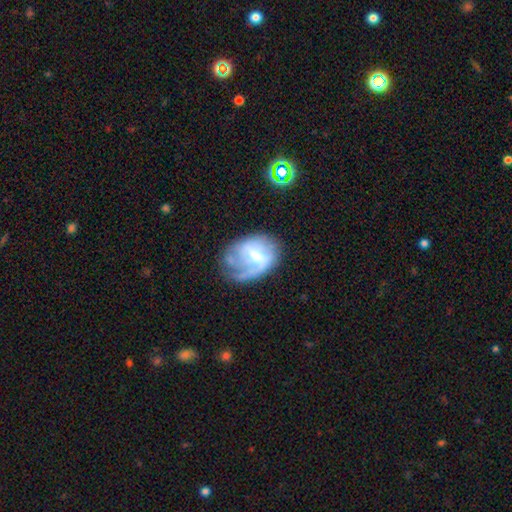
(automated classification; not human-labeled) Q: Smooth or featured?
A: featured or disk (70%); runner-up: smooth (22%)
Q: Edge-on disk?
A: no (97%); runner-up: yes (3%)
Q: Bar?
A: weak (53%); runner-up: no (26%)
Q: Spiral arms?
A: yes (79%); runner-up: no (21%)
Q: Spiral winding?
A: medium (38%); runner-up: loose (34%)
Q: Spiral arm count?
A: 1 (30%); runner-up: 2 (29%)
Q: Bulge size?
A: small (50%); runner-up: moderate (42%)
Q: Merging?
A: none (42%); runner-up: minor disturbance (28%)